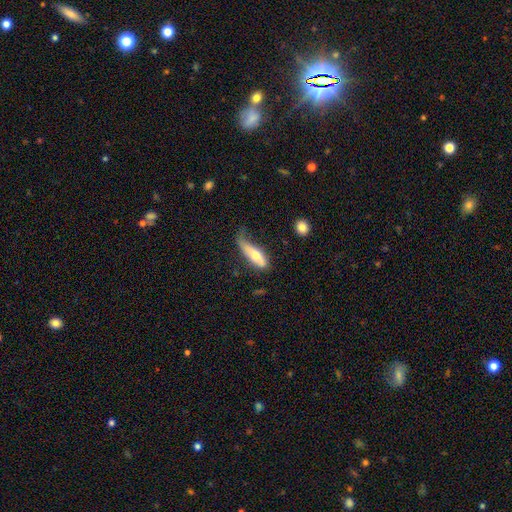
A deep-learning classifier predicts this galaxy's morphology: A smooth galaxy with no disk features (62%) that is in between round and cigar-shaped (52%).

Vote fractions:
- Smooth or featured? smooth: 62% / featured or disk: 32% / star or artifact: 6%
- How rounded? in between: 52% / cigar-shaped: 46% / round: 3%
- Merging? minor disturbance: 39% / none: 29% / major disturbance: 28% / merger: 4%